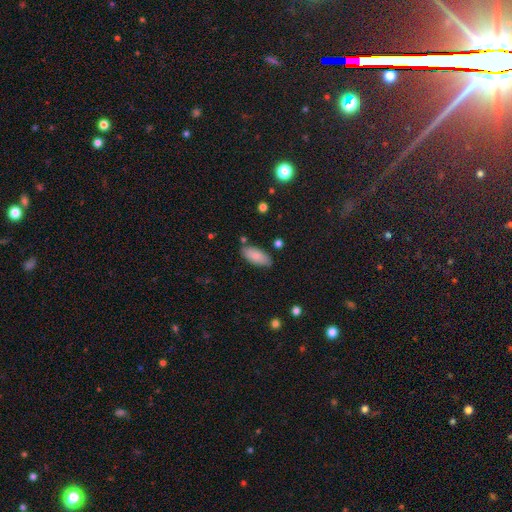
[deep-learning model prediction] Morphology: type=smooth (86%); roundness=in between (87%); merging=none (78%).